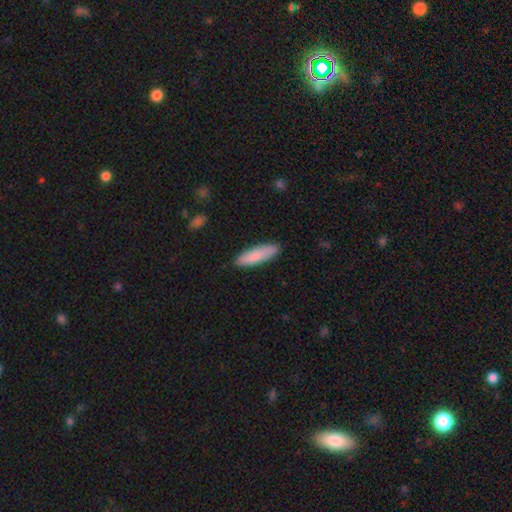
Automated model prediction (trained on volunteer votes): smooth_or_featured: smooth (p=0.83) [alt: featured or disk p=0.12]
how_rounded: cigar-shaped (p=0.64) [alt: in between p=0.34]
merging: none (p=0.88) [alt: minor disturbance p=0.09]